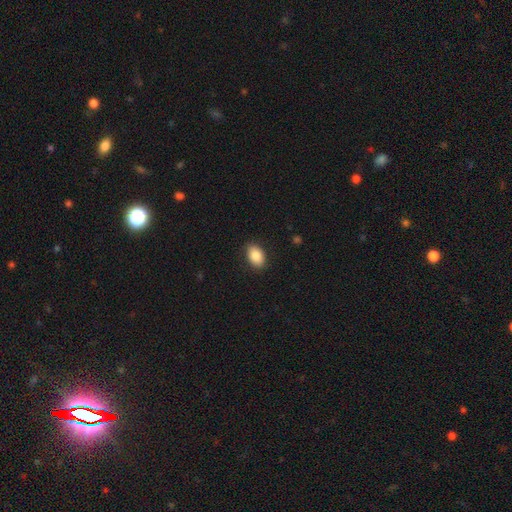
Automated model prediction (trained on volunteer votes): Overall: smooth (86%). How rounded: in between (86%). Merging: none (87%).